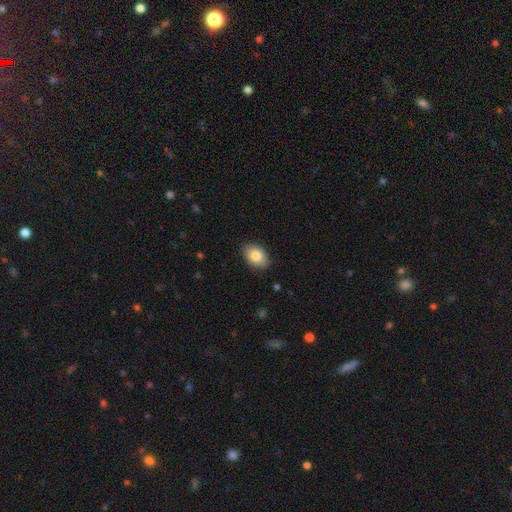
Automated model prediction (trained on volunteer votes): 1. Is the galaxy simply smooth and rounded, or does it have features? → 83% smooth, 10% featured or disk, 8% star or artifact.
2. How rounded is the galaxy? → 82% in between, 17% round, 1% cigar-shaped.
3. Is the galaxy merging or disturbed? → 86% none, 11% minor disturbance, 2% major disturbance, 1% merger.